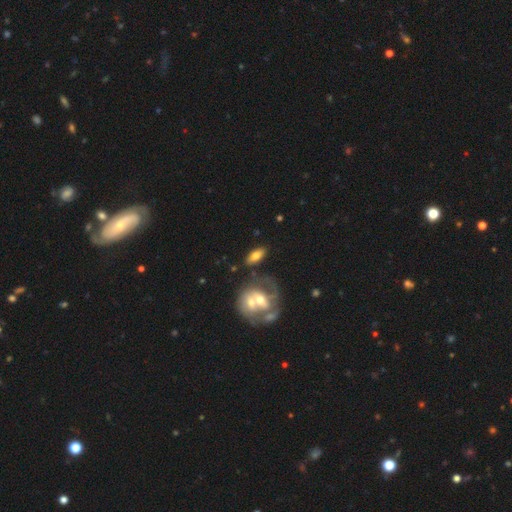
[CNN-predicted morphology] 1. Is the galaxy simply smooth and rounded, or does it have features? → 66% smooth, 26% featured or disk, 8% star or artifact.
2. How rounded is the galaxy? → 83% in between, 12% cigar-shaped, 5% round.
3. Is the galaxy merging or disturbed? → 65% none, 16% merger, 13% minor disturbance, 6% major disturbance.